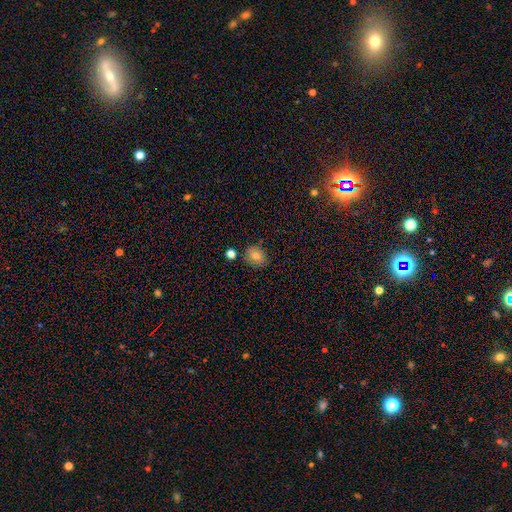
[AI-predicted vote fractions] A smooth galaxy with no disk features (77%) that is round (61%).

Vote fractions:
- Smooth or featured? smooth: 77% / featured or disk: 11% / star or artifact: 11%
- How rounded? round: 61% / in between: 39% / cigar-shaped: 1%
- Merging? none: 78% / minor disturbance: 13% / merger: 6% / major disturbance: 3%